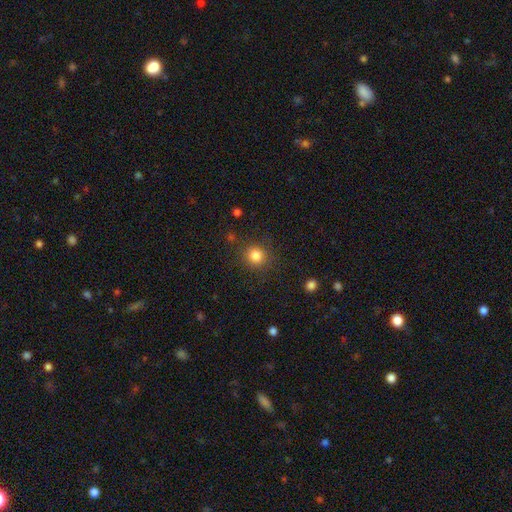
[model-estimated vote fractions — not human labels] This is clearly a smooth galaxy (83%). How rounded: clearly round (90%). Merging: clearly none (87%).